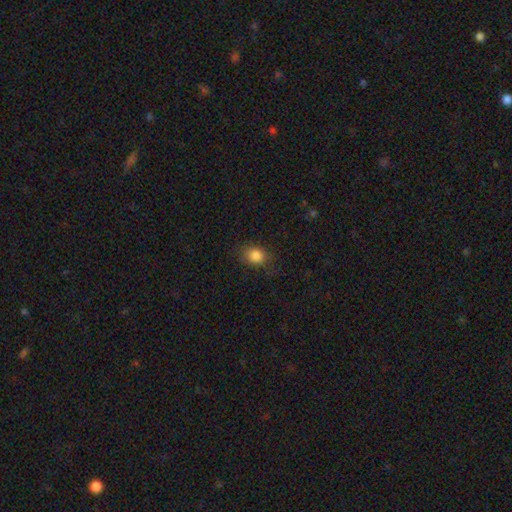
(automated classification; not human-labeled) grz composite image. It shows a smooth galaxy with no disk features (84%) that is round (50%). Merging: none (76%).